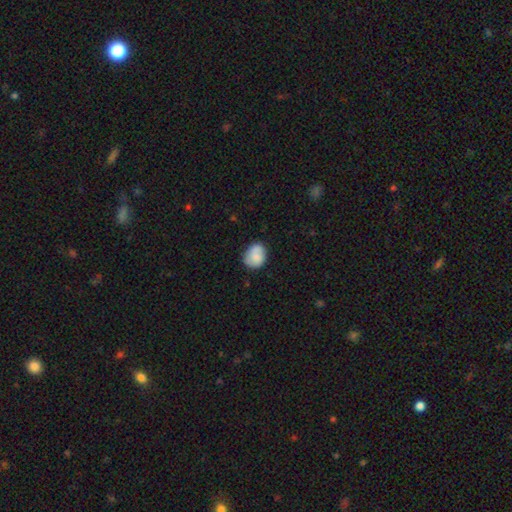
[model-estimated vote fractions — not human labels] smooth 75%, featured or disk 17%, star or artifact 7%. Down the decision tree: how rounded — round (50%); merging — none (66%).